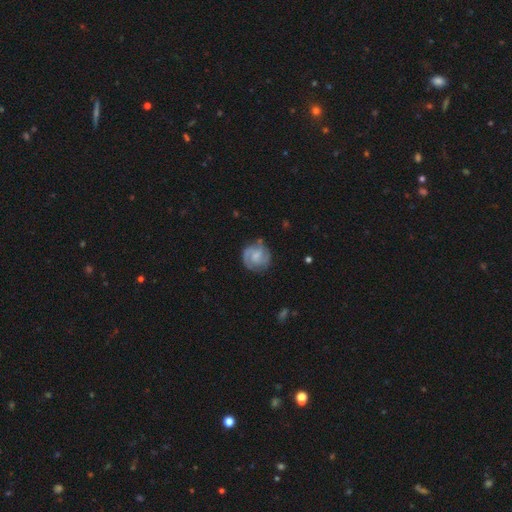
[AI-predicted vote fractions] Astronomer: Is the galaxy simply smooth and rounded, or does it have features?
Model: featured or disk — 71%.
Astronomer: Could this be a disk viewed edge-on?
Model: no — 98%.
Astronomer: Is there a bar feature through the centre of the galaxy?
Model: no — 49% (runner-up: weak, 42%).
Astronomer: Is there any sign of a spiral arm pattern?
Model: yes — 93%.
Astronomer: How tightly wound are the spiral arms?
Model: tight — 46% (runner-up: medium, 42%).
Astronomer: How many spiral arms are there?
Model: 2 — 61%.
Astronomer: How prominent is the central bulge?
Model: none — 34%, tied with small at 34%.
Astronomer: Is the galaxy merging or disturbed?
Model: none — 73%.